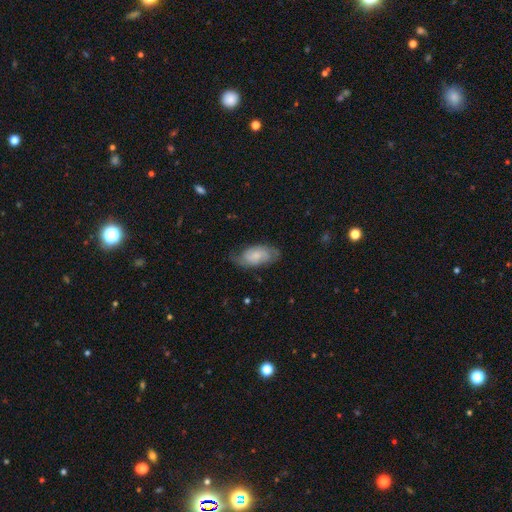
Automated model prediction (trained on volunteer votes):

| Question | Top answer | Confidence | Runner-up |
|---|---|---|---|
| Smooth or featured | smooth | 49% | featured or disk (44%) |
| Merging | none | 62% | minor disturbance (27%) |